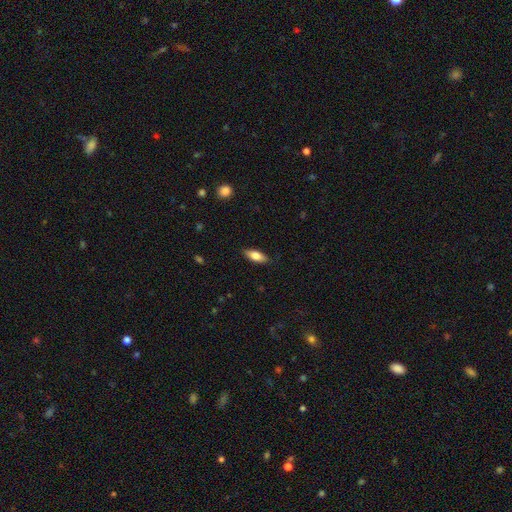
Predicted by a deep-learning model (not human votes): Smooth or featured? smooth (78%)
How rounded? in between (79%)
Merging? none (86%)